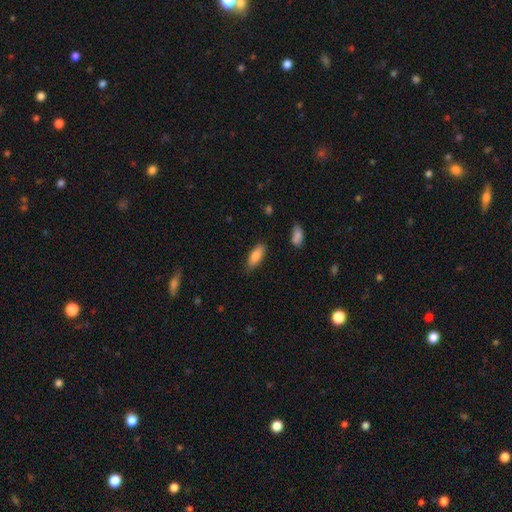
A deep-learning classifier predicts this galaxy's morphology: Smooth or featured? smooth (83%)
How rounded? in between (70%)
Merging? none (84%)